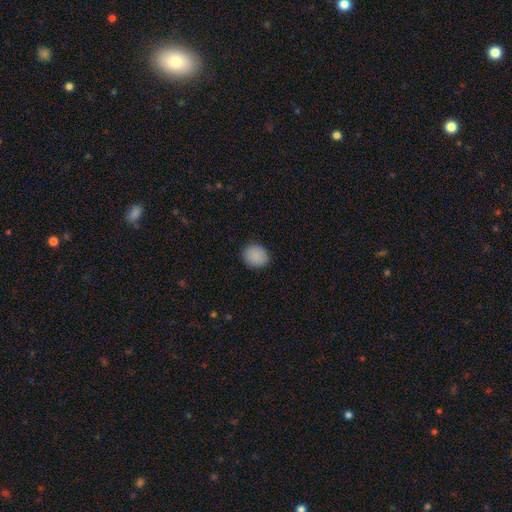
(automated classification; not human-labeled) smooth_or_featured: smooth (p=0.89) [alt: star or artifact p=0.08]
how_rounded: round (p=0.73) [alt: in between p=0.26]
merging: none (p=0.89) [alt: minor disturbance p=0.08]